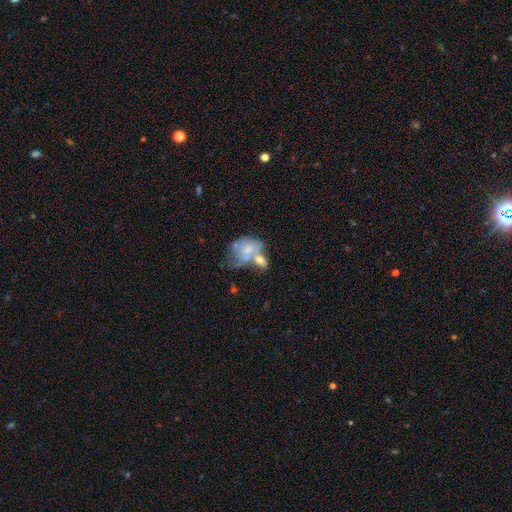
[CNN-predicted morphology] Smooth or featured?
  - smooth: 46% *
  - featured or disk: 45%
  - star or artifact: 9%
Merging?
  - merger: 51% *
  - major disturbance: 18%
  - none: 17%
  - minor disturbance: 13%